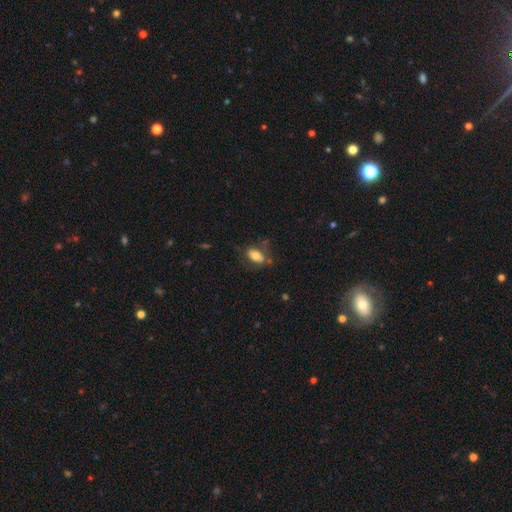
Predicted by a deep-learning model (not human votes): A smooth galaxy with no disk features (71%) that is in between round and cigar-shaped (87%). Merging: none (59%).